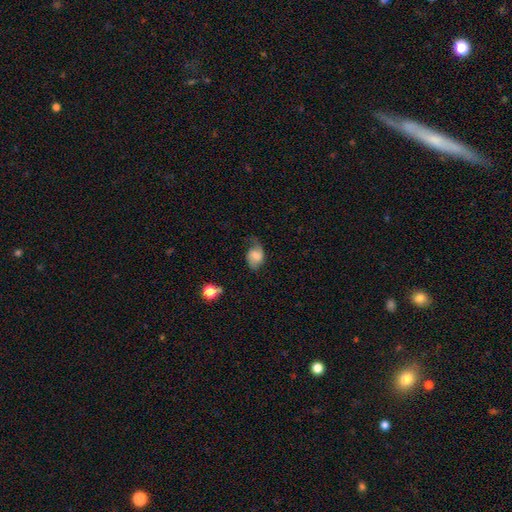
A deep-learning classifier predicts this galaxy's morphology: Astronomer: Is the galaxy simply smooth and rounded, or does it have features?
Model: smooth — 55% (runner-up: featured or disk, 35%).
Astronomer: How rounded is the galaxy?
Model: in between — 73%.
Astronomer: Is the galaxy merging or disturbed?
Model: none — 44% (runner-up: minor disturbance, 32%).